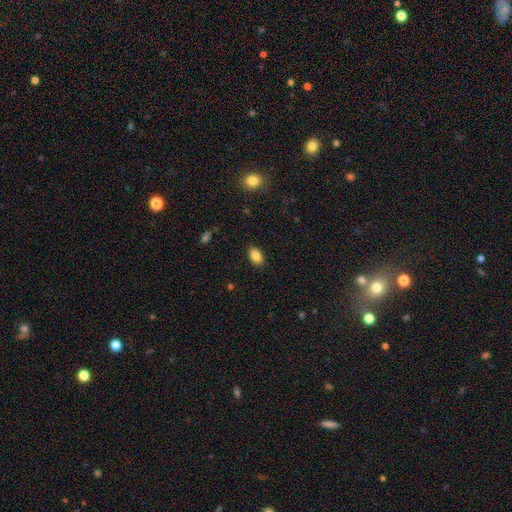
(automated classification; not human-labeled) The model was most divided on "smooth or featured": smooth: 87%, star or artifact: 8%, featured or disk: 5%. More confident: how rounded — in between (91%); merging — none (88%).